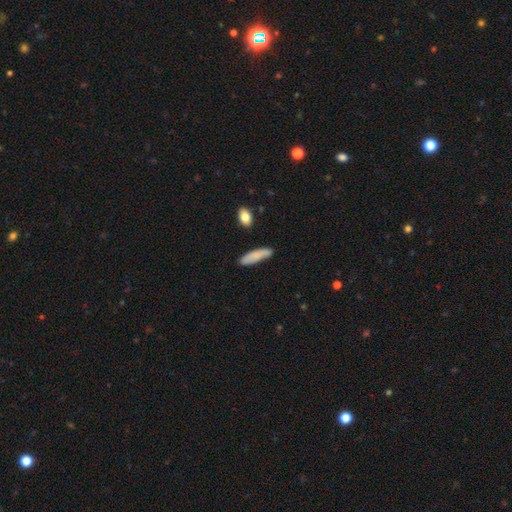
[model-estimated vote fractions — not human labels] smooth 80%, featured or disk 14%, star or artifact 6%. Down the decision tree: how rounded — cigar-shaped (66%); merging — none (76%).